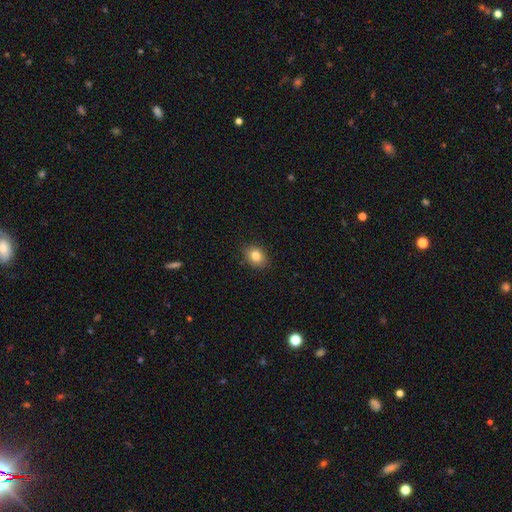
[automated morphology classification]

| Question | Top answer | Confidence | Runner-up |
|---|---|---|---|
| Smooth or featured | smooth | 82% | star or artifact (10%) |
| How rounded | in between | 57% | round (41%) |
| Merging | none | 85% | minor disturbance (12%) |